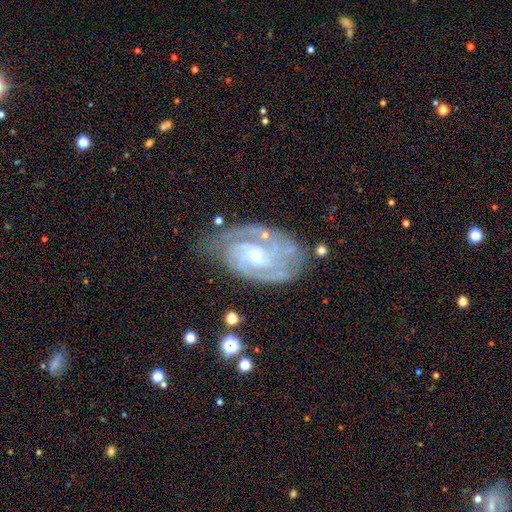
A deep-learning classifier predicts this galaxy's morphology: smooth_or_featured: featured or disk (p=0.88) [alt: smooth p=0.07]
disk_edge_on: no (p=0.97) [alt: yes p=0.03]
bar: no (p=0.53) [alt: weak p=0.39]
has_spiral_arms: yes (p=0.97) [alt: no p=0.03]
spiral_winding: tight (p=0.66) [alt: medium p=0.29]
spiral_arm_count: 2 (p=0.37) [alt: 3 p=0.24]
bulge_size: small (p=0.64) [alt: moderate p=0.26]
merging: none (p=0.63) [alt: minor disturbance p=0.24]